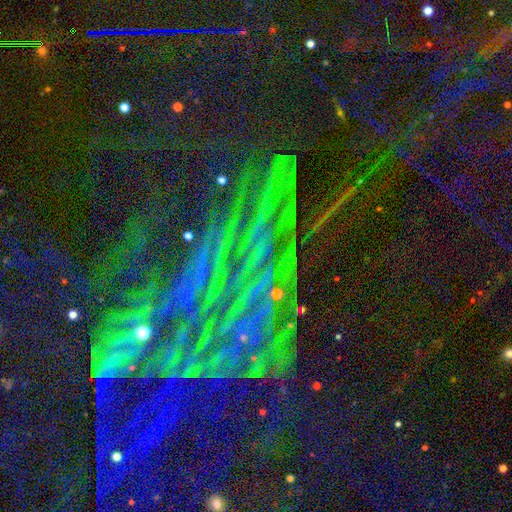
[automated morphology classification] Smooth or featured?
  - star or artifact: 82% *
  - featured or disk: 11%
  - smooth: 7%